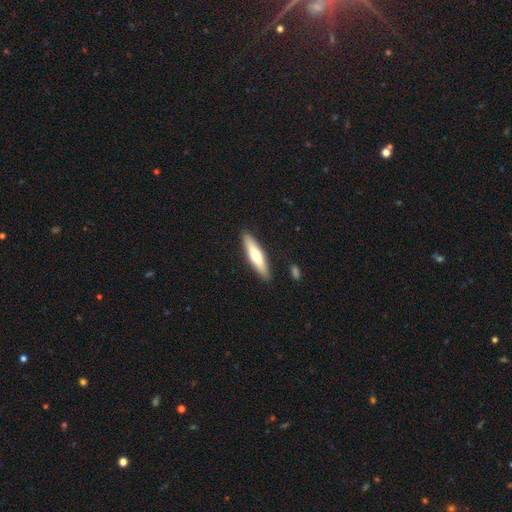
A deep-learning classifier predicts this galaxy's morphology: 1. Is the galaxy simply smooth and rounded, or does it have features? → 53% smooth, 41% featured or disk, 5% star or artifact.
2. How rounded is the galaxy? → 78% cigar-shaped, 20% in between, 1% round.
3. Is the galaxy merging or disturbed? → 89% none, 8% minor disturbance, 2% major disturbance, 1% merger.